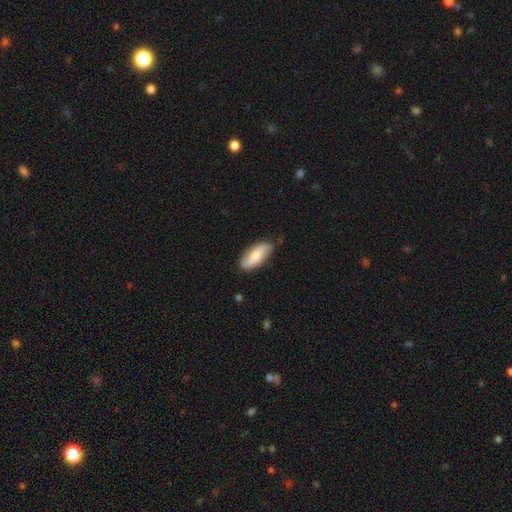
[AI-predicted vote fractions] Smooth or featured? smooth (51%)
How rounded? in between (79%)
Merging? none (83%)